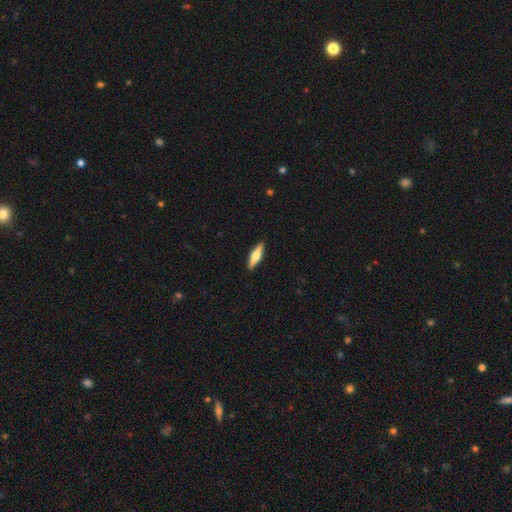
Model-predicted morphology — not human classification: featured or disk 51%, smooth 44%, star or artifact 5%. Down the decision tree: edge-on disk — yes (95%); merging — none (91%).